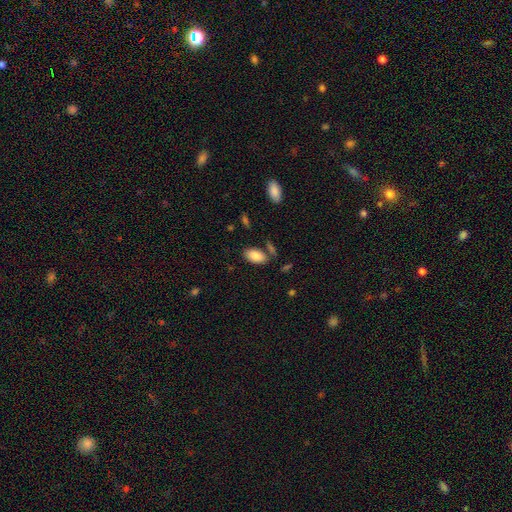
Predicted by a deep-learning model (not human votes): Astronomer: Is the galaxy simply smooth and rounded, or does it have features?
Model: smooth — 86%.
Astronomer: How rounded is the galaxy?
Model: in between — 94%.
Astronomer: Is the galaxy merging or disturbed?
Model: none — 75%.